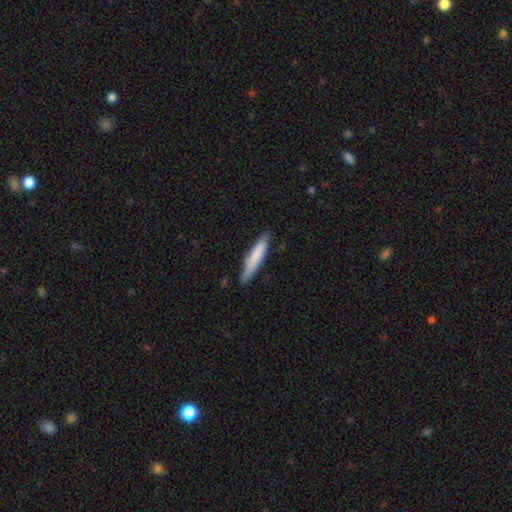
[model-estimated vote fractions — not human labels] Q: Smooth or featured?
A: smooth (73%); runner-up: featured or disk (22%)
Q: How rounded?
A: cigar-shaped (88%); runner-up: in between (11%)
Q: Merging?
A: none (81%); runner-up: minor disturbance (15%)